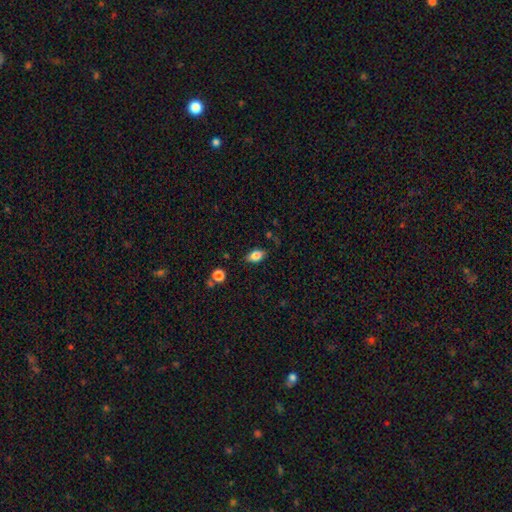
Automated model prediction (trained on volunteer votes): This appears to be a smooth galaxy with no disk features (83%) that is in between round and cigar-shaped (87%). Merging: none (79%).